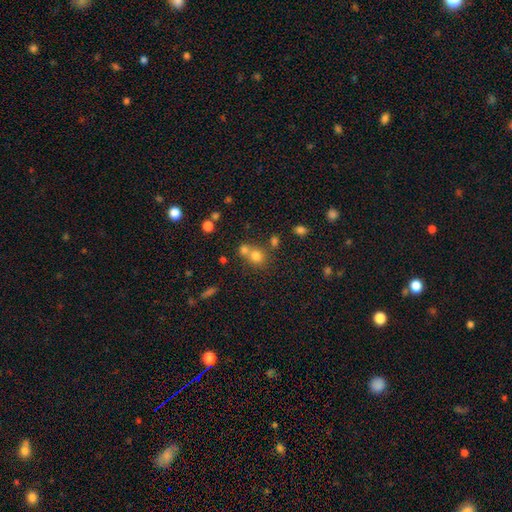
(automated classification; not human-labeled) Q: Smooth or featured?
A: smooth (74%); runner-up: star or artifact (15%)
Q: How rounded?
A: round (79%); runner-up: in between (20%)
Q: Merging?
A: merger (46%); runner-up: none (43%)